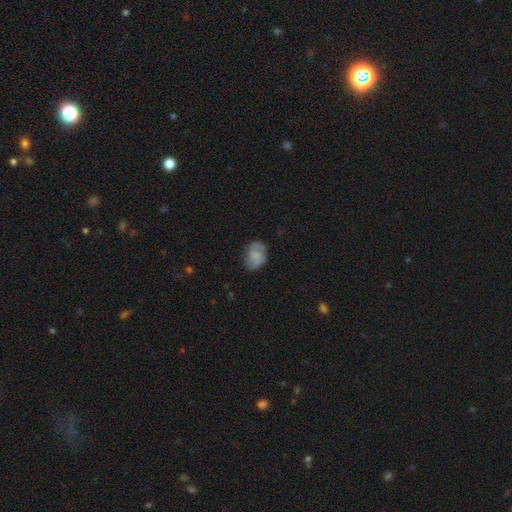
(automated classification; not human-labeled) Smooth or featured?
  - smooth: 58% *
  - featured or disk: 34%
  - star or artifact: 8%
How rounded?
  - in between: 65% *
  - round: 34%
  - cigar-shaped: 1%
Merging?
  - none: 69% *
  - minor disturbance: 23%
  - major disturbance: 7%
  - merger: 1%